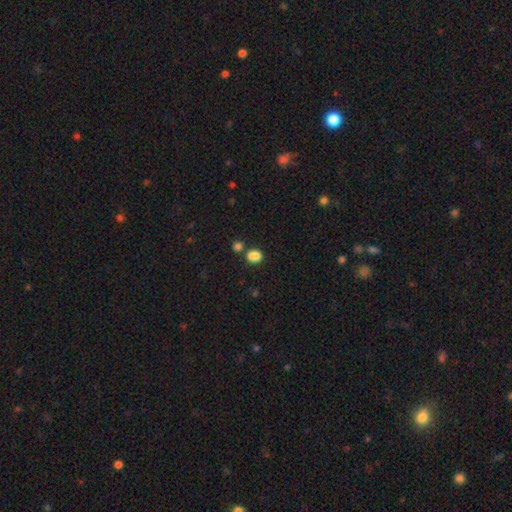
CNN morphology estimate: smooth_or_featured: smooth (p=0.83) [alt: star or artifact p=0.11]
how_rounded: round (p=0.50) [alt: in between p=0.49]
merging: none (p=0.58) [alt: merger p=0.25]